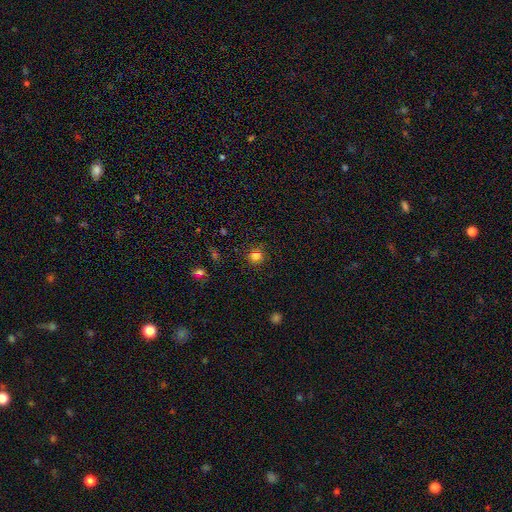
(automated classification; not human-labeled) Morphology: type=smooth (78%); roundness=round (93%); merging=none (89%).